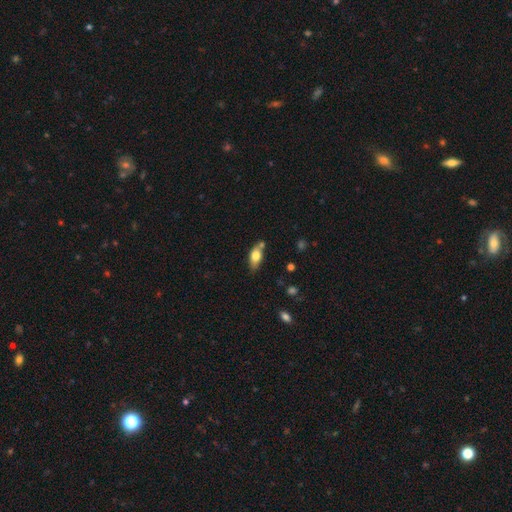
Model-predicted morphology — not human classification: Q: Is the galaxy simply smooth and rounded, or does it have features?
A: smooth — 70%.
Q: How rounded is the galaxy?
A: in between — 82%.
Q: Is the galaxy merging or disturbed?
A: none — 59%.